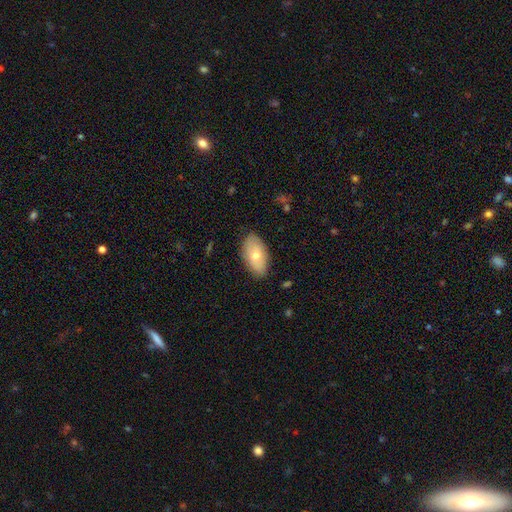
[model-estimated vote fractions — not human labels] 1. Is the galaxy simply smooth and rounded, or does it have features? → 64% smooth, 29% featured or disk, 7% star or artifact.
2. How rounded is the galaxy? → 94% in between, 4% round, 3% cigar-shaped.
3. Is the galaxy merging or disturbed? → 84% none, 13% minor disturbance, 2% major disturbance, 1% merger.